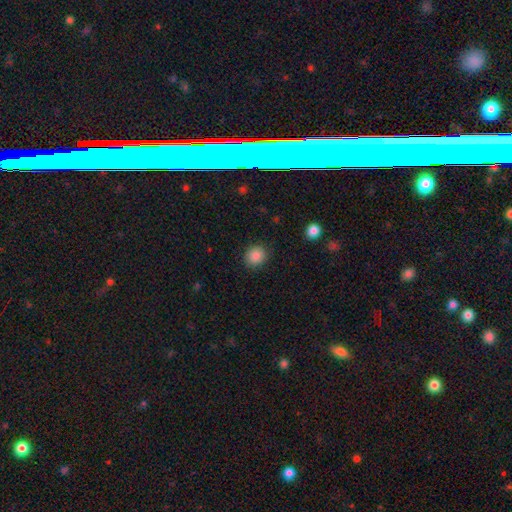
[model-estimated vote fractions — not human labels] Smooth or featured: smooth — 88% (star or artifact — 9%)
How rounded: round — 79% (in between — 20%)
Merging: none — 88% (minor disturbance — 9%)